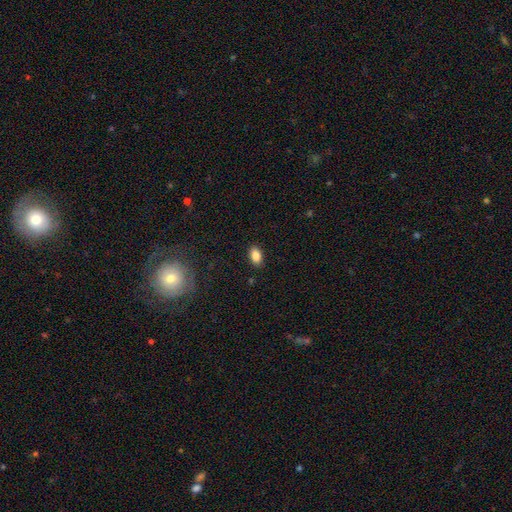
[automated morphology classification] type=smooth (84%); roundness=in between (89%); merging=none (88%).